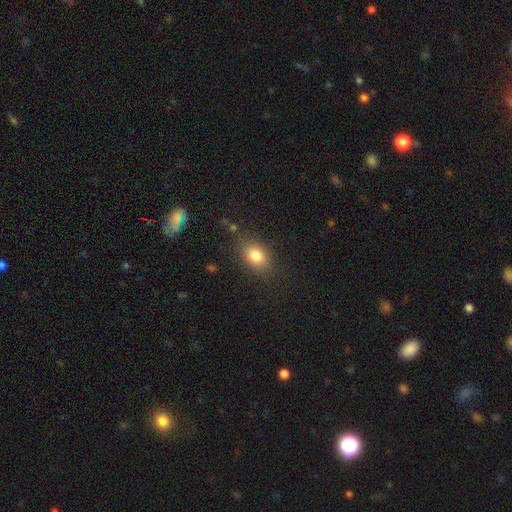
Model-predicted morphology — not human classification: Overall: smooth (82%). How rounded: in between (75%). Merging: none (81%).